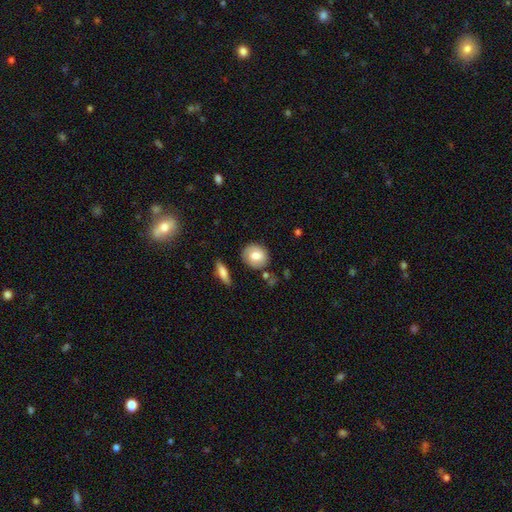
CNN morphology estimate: Smooth or featured?
  - smooth: 76% *
  - featured or disk: 17%
  - star or artifact: 7%
How rounded?
  - round: 77% *
  - in between: 22%
  - cigar-shaped: 1%
Merging?
  - none: 80% *
  - minor disturbance: 13%
  - merger: 4%
  - major disturbance: 3%